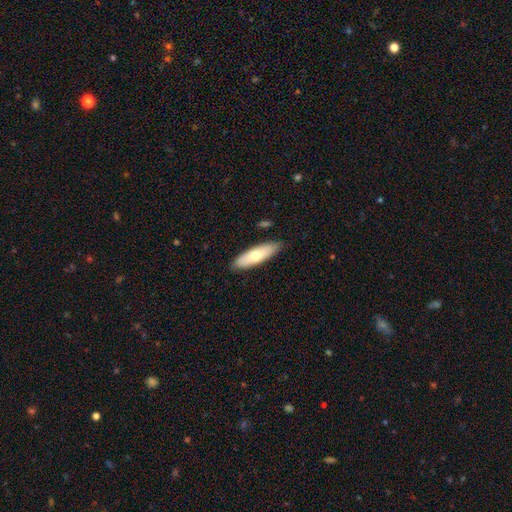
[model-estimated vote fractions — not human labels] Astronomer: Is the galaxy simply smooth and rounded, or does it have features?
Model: smooth — 66%.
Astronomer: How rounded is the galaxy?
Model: in between — 49%, tied with cigar-shaped at 49%.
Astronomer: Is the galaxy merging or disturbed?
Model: none — 86%.